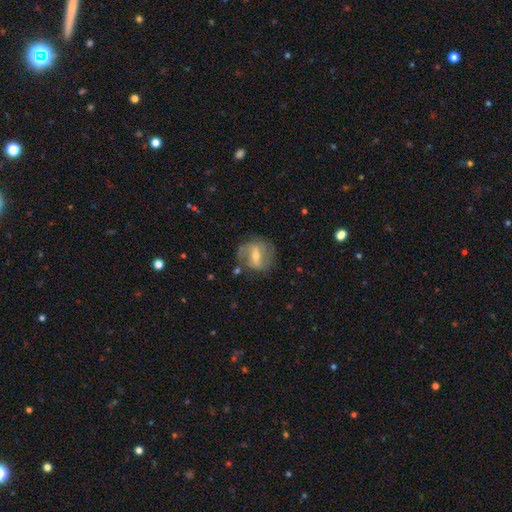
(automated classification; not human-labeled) Smooth or featured? Predicted: featured or disk (p=0.67). Edge-on disk? Predicted: no (p=0.93). Bar? Predicted: strong (p=0.49). Spiral arms? Predicted: yes (p=0.68). Bulge size? Predicted: moderate (p=0.49). Merging? Predicted: none (p=0.71).